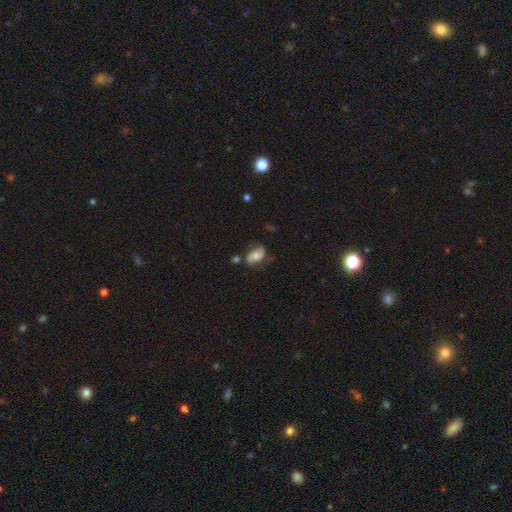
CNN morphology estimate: This appears to be a featured or disk galaxy (56%) with no bar (60%), spiral arms (86%) and a moderate central bulge (58%). Merging: none (63%).